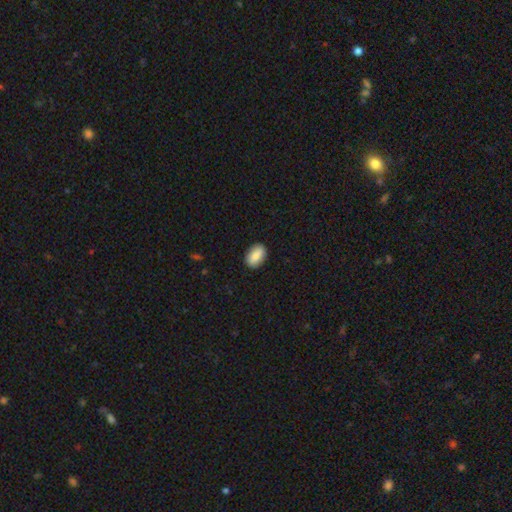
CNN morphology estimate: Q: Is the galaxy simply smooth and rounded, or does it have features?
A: smooth — 86%.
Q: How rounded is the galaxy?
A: in between — 91%.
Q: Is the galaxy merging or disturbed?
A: none — 89%.